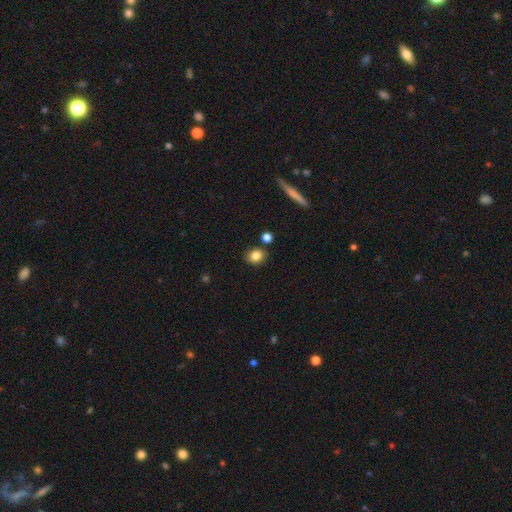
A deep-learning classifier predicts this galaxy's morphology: Q: Smooth or featured?
A: smooth (84%); runner-up: star or artifact (10%)
Q: How rounded?
A: round (57%); runner-up: in between (42%)
Q: Merging?
A: none (82%); runner-up: minor disturbance (10%)